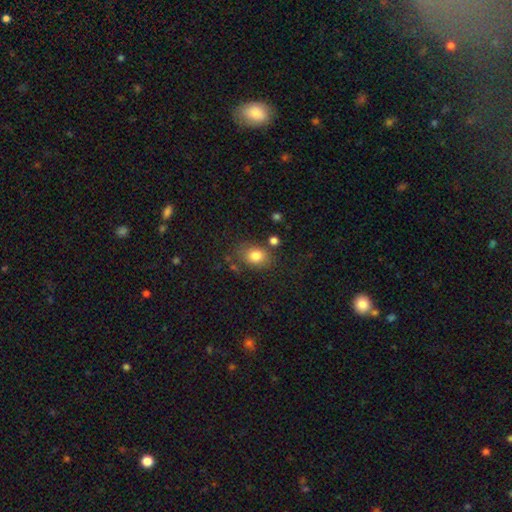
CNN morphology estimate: smooth-or-featured: smooth: 81% | star or artifact: 10% | featured or disk: 9%
  how-rounded: in between: 61% | round: 38% | cigar-shaped: 1%
  merging: none: 71% | minor disturbance: 17% | merger: 7% | major disturbance: 6%